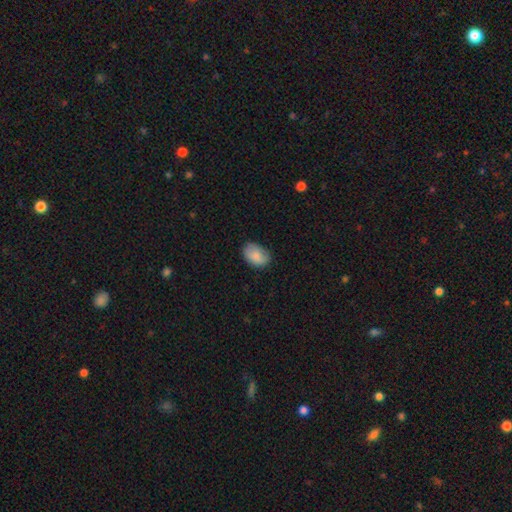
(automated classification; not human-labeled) Morphology: type=smooth (84%); roundness=in between (84%); merging=none (72%).